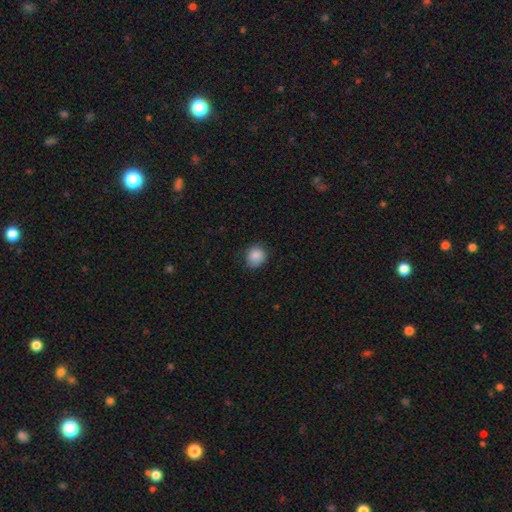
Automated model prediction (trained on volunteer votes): A smooth galaxy with no disk features (87%) that is round (79%). Merging: none (81%).